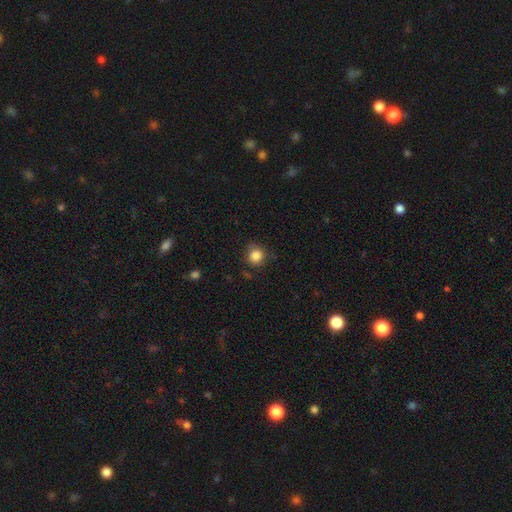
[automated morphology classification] The model was most divided on "merging": none: 78%, minor disturbance: 16%, major disturbance: 4%, merger: 2%. More confident: how rounded — round (89%); smooth or featured — smooth (85%).